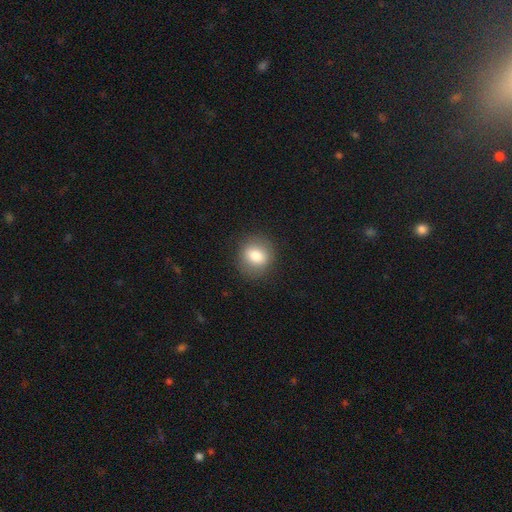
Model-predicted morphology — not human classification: This appears to be a smooth galaxy with no disk features (78%) that is round (79%). Merging: none (88%).